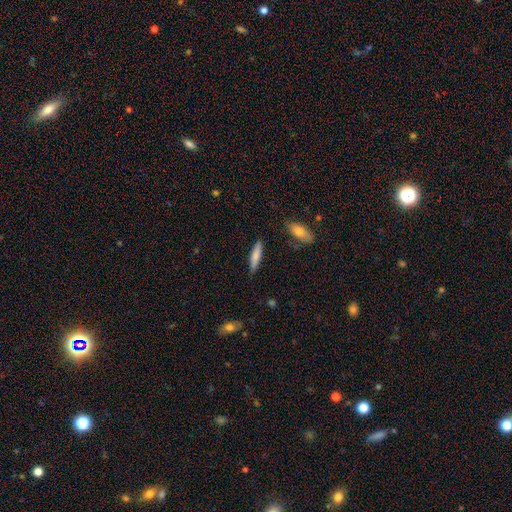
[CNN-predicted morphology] type=smooth (74%); roundness=cigar-shaped (79%); merging=none (81%).